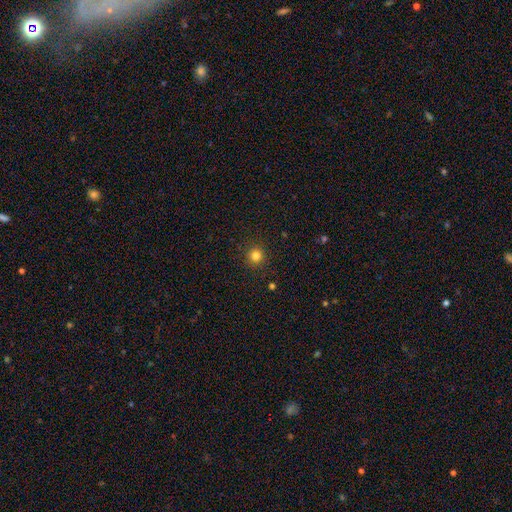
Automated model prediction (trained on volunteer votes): Morphology: type=smooth (82%); roundness=round (94%); merging=none (92%).